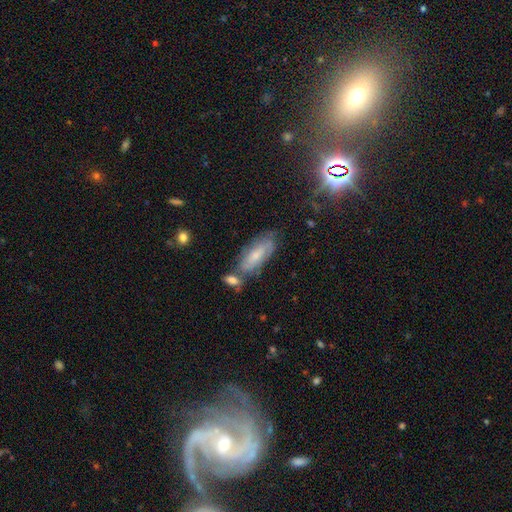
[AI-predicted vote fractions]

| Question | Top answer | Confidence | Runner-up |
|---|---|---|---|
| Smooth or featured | smooth | 45% | featured or disk (44%) |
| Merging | none | 58% | minor disturbance (20%) |